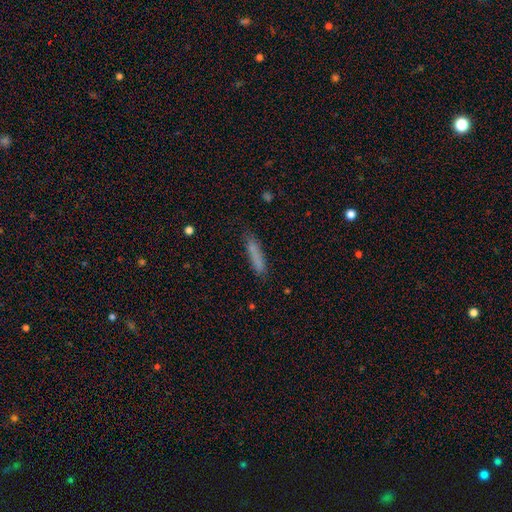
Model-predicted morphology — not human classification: smooth 80%, featured or disk 12%, star or artifact 8%. Down the decision tree: how rounded — cigar-shaped (88%); merging — none (81%).